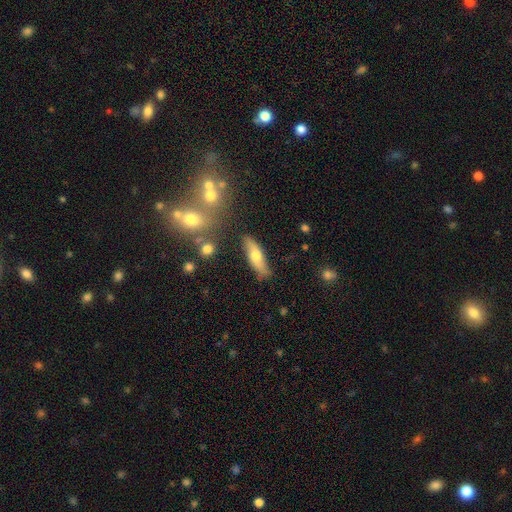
A smooth galaxy with no disk features (50%) that is cigar-shaped (68%). Merging: none (71%).